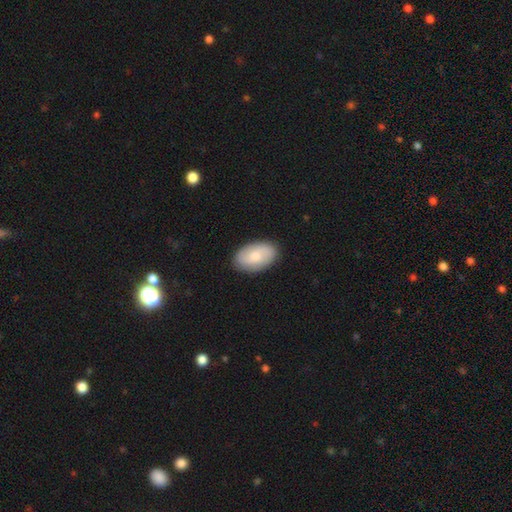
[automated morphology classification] Smooth or featured? Predicted: smooth (p=0.72). How rounded? Predicted: in between (p=0.93). Merging? Predicted: none (p=0.87).